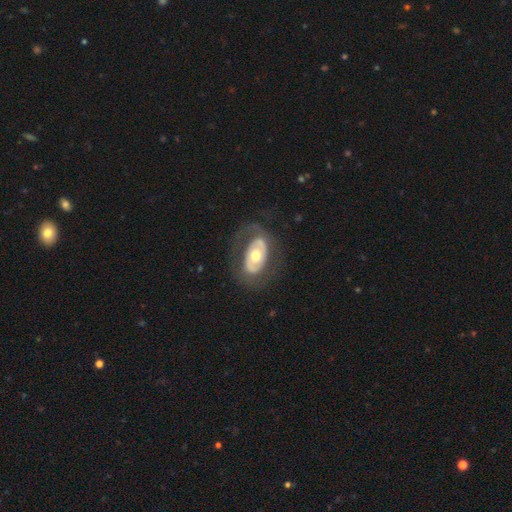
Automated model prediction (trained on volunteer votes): Morphology: type=featured or disk (62%); edge-on=no (92%); bar=no (78%); spiral arms=no (68%); bulge=moderate (73%); merging=none (71%).